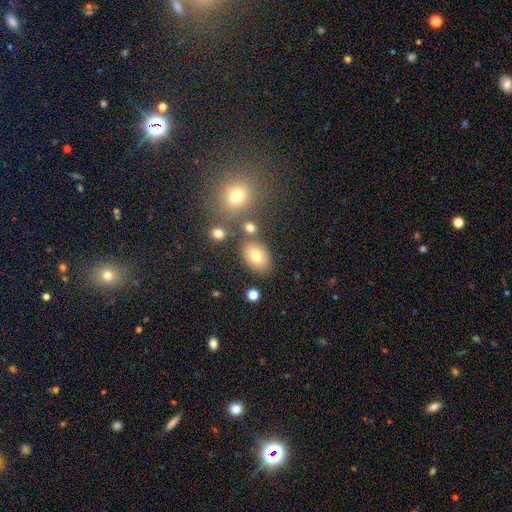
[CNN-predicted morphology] type=smooth (74%); roundness=in between (78%); merging=none (77%).